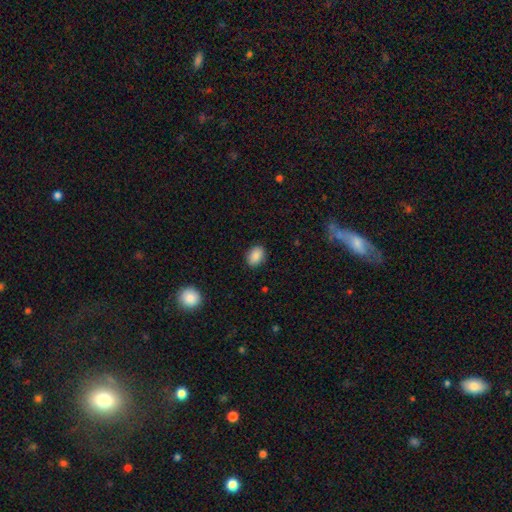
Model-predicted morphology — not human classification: Smooth or featured? Predicted: smooth (p=0.88). How rounded? Predicted: in between (p=0.72). Merging? Predicted: none (p=0.87).